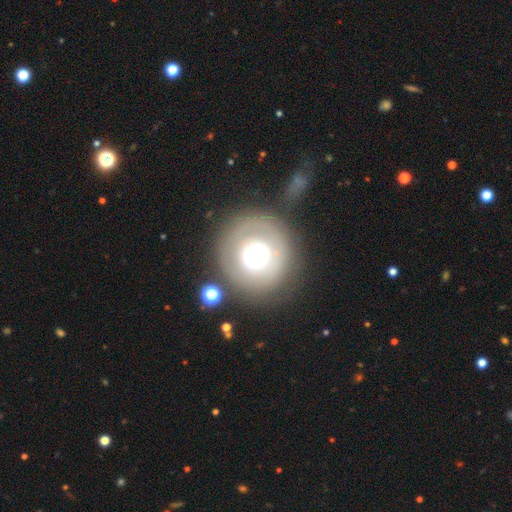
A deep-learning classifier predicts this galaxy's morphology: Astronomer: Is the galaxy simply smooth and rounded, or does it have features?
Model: smooth — 58%.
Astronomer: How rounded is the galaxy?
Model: round — 94%.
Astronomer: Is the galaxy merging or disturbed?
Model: none — 72%.